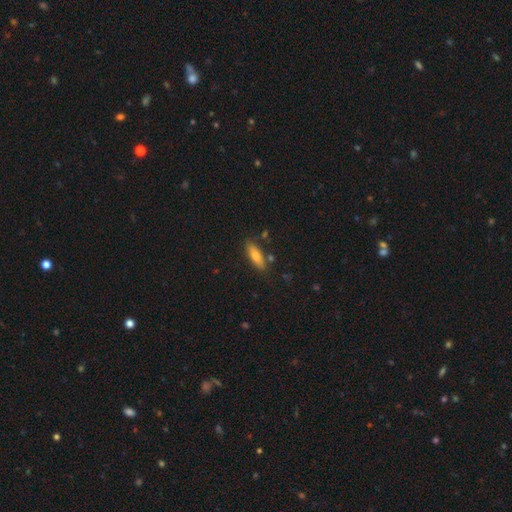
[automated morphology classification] smooth 76%, featured or disk 17%, star or artifact 7%. Down the decision tree: how rounded — in between (52%); merging — none (79%).